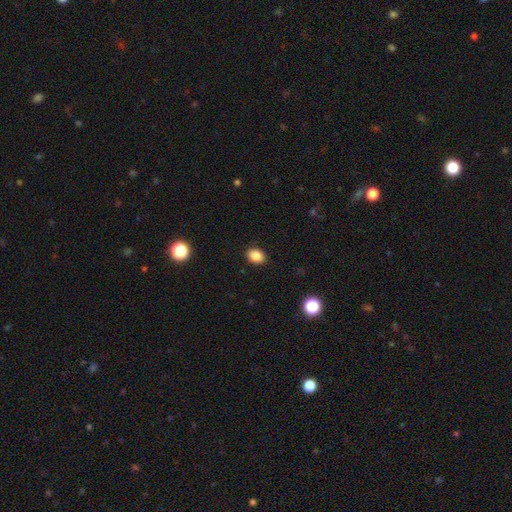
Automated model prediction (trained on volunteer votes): Smooth or featured? Predicted: smooth (p=0.86). How rounded? Predicted: in between (p=0.63). Merging? Predicted: none (p=0.89).